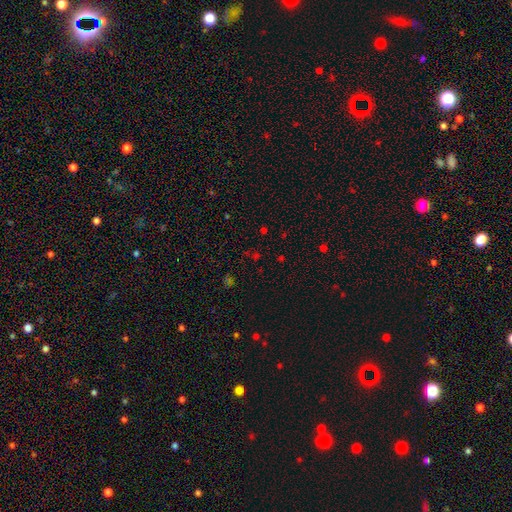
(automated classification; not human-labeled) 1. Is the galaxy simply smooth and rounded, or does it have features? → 56% star or artifact, 36% smooth, 8% featured or disk.